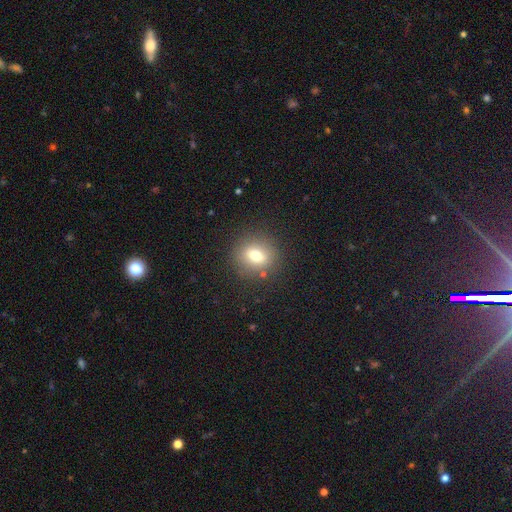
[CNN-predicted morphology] Smooth or featured?
  - smooth: 73% *
  - featured or disk: 15%
  - star or artifact: 12%
How rounded?
  - round: 71% *
  - in between: 27%
  - cigar-shaped: 2%
Merging?
  - none: 85% *
  - minor disturbance: 9%
  - major disturbance: 4%
  - merger: 2%